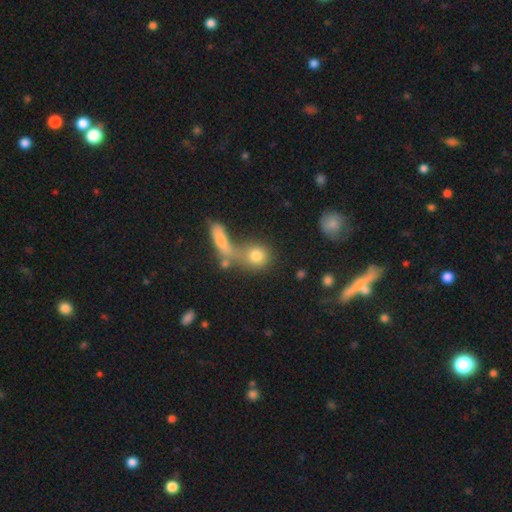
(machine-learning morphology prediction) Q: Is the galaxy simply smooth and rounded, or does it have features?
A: smooth — 75%.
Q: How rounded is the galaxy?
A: round — 71%.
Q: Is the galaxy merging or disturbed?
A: merger — 47%.